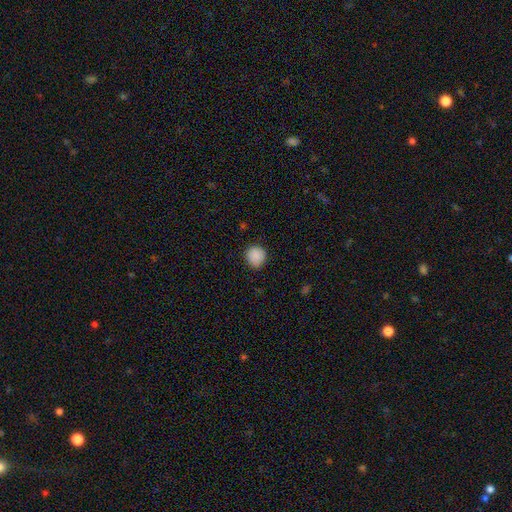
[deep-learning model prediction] Smooth or featured? Predicted: smooth (p=0.88). How rounded? Predicted: round (p=0.89). Merging? Predicted: none (p=0.84).